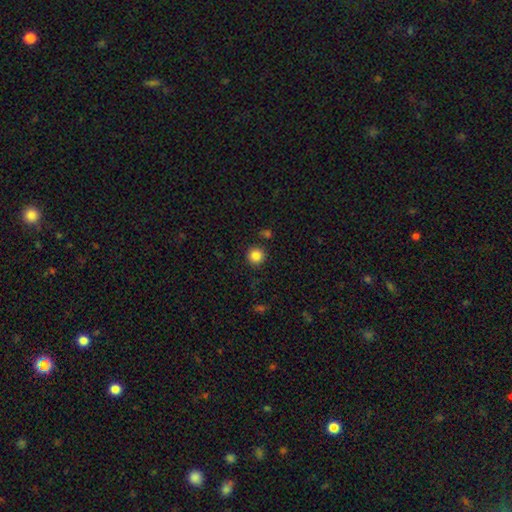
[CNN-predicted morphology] Smooth or featured? Predicted: smooth (p=0.86). How rounded? Predicted: round (p=0.95). Merging? Predicted: none (p=0.90).